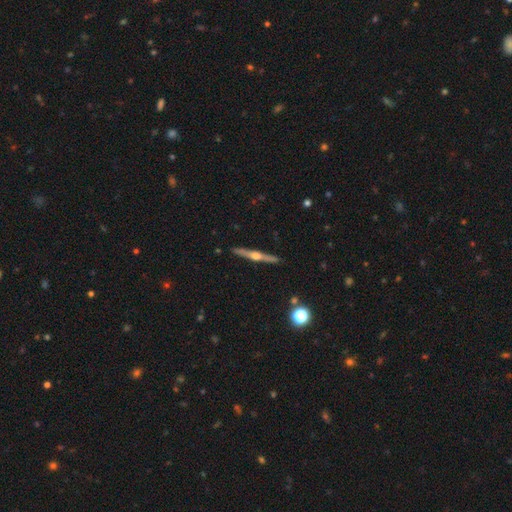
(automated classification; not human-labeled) Morphology: type=featured or disk (79%); edge-on=yes (98%); edge-on bulge=rounded (93%); merging=none (91%).